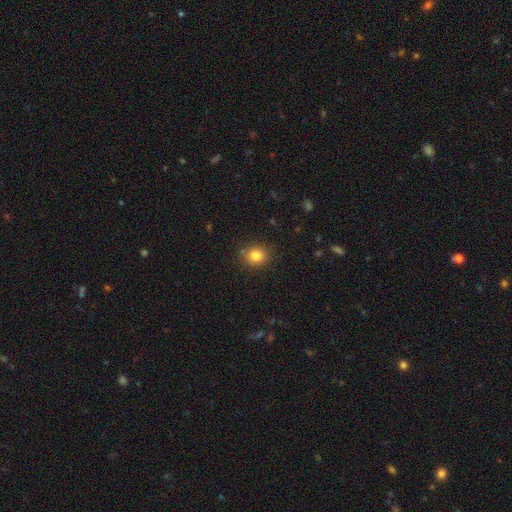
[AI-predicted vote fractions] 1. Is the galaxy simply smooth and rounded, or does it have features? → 82% smooth, 12% star or artifact, 6% featured or disk.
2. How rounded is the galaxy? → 76% round, 24% in between, 1% cigar-shaped.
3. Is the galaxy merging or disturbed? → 86% none, 10% minor disturbance, 3% major disturbance, 2% merger.